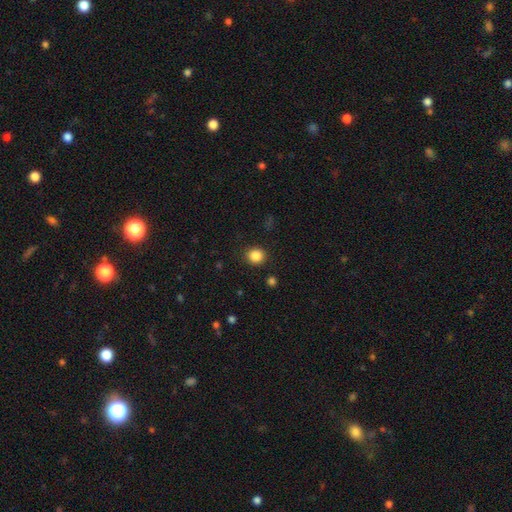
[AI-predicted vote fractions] Q: Smooth or featured?
A: smooth (86%); runner-up: star or artifact (11%)
Q: How rounded?
A: round (85%); runner-up: in between (14%)
Q: Merging?
A: none (90%); runner-up: minor disturbance (6%)